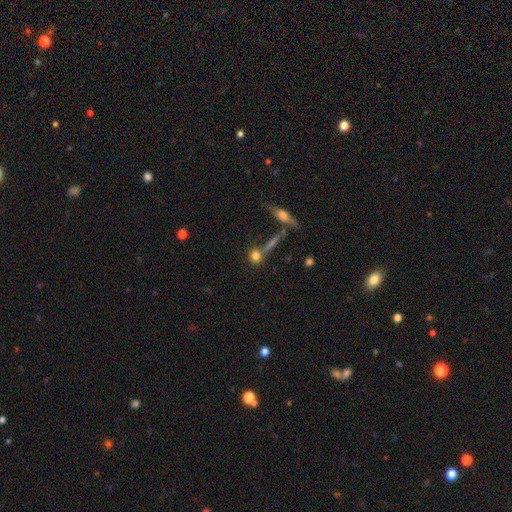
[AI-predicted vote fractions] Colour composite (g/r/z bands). It shows a smooth galaxy with no disk features (76%) that is round (75%). Merging: none (62%).